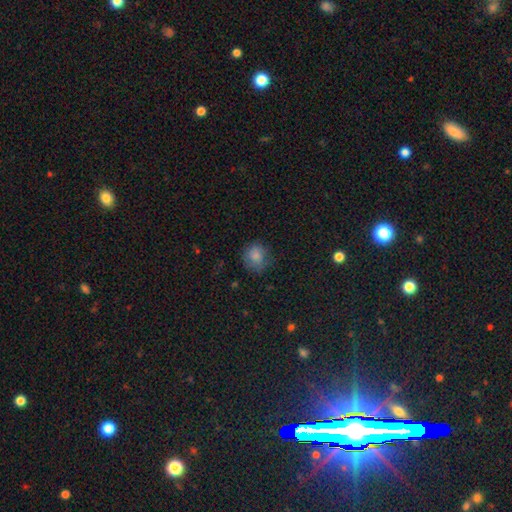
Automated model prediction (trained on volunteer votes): Q: Smooth or featured?
A: smooth (81%); runner-up: star or artifact (11%)
Q: How rounded?
A: round (77%); runner-up: in between (22%)
Q: Merging?
A: none (67%); runner-up: minor disturbance (23%)